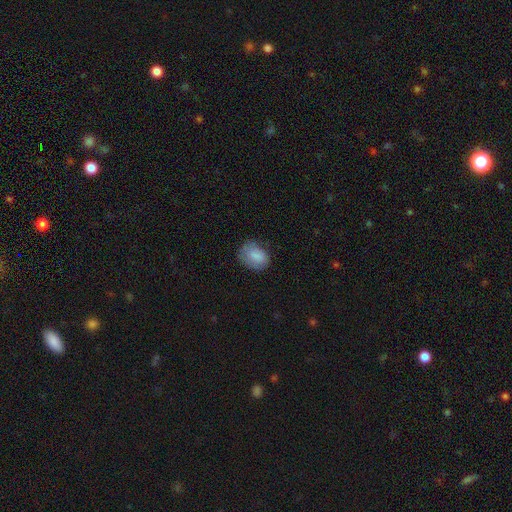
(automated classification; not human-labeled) This is clearly a smooth galaxy (83%). How rounded: likely in between (71%). Merging: likely none (62%).